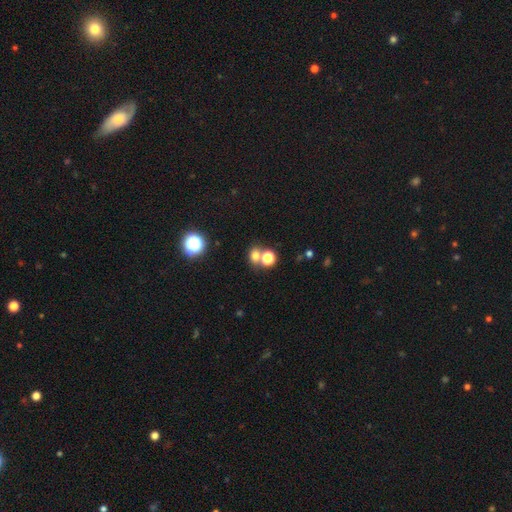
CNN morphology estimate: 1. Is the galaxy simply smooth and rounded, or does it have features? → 70% smooth, 20% star or artifact, 9% featured or disk.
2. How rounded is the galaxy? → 61% round, 38% in between, 1% cigar-shaped.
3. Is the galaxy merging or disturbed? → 50% none, 37% merger, 8% minor disturbance, 4% major disturbance.